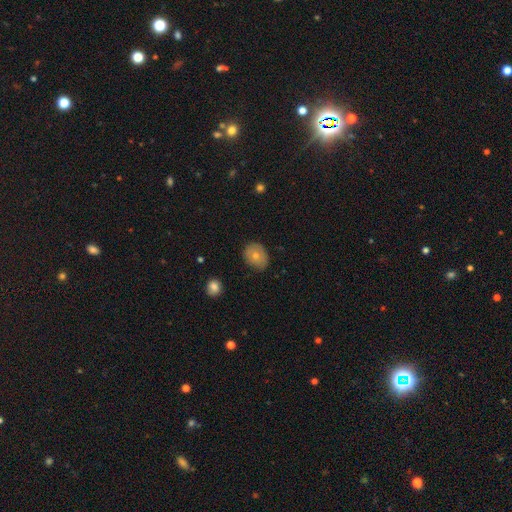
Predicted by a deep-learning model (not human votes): Overall: smooth (72%). How rounded: in between (52%; round 47%). Merging: none (78%).